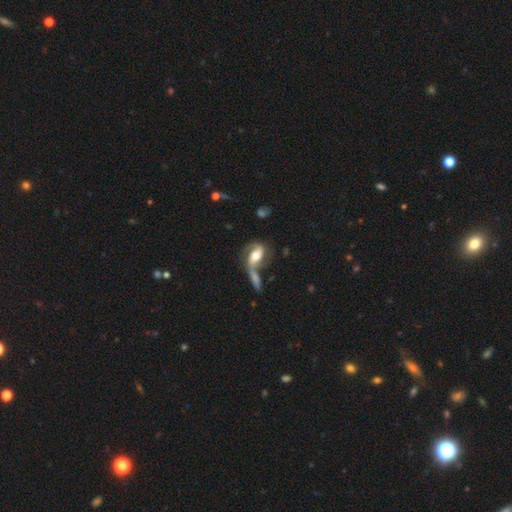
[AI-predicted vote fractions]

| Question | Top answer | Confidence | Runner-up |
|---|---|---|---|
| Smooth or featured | featured or disk | 70% | smooth (23%) |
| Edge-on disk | no | 93% | yes (7%) |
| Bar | weak | 38% | no (37%) |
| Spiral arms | yes | 87% | no (13%) |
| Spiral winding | loose | 49% | medium (38%) |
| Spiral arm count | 2 | 80% | 1 (12%) |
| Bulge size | moderate | 63% | large (21%) |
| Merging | merger | 42% | none (30%) |